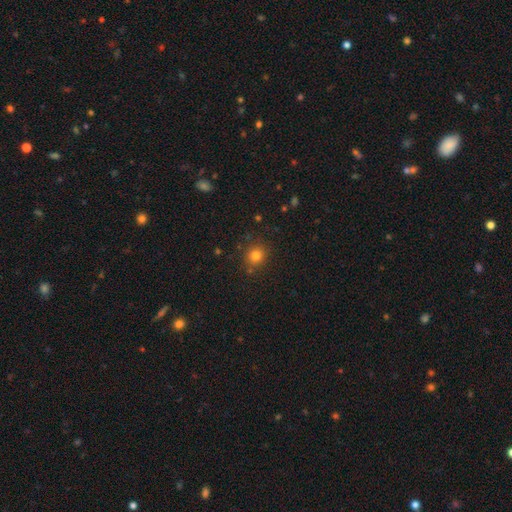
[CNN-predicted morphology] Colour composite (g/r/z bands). It shows a smooth galaxy with no disk features (79%) that is round (85%). Merging: none (85%).